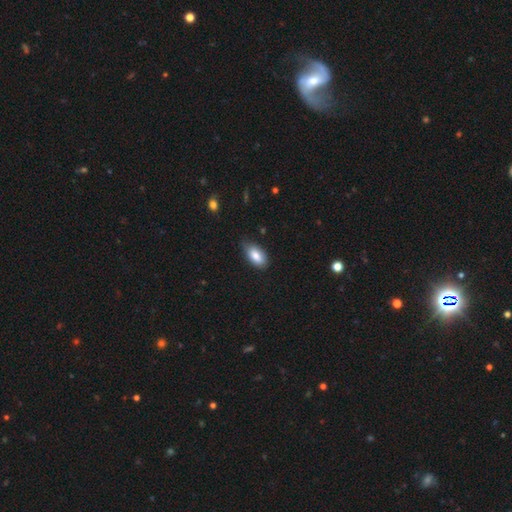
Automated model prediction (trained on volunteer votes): smooth 82%, featured or disk 11%, star or artifact 7%. Down the decision tree: how rounded — in between (92%); merging — none (64%).